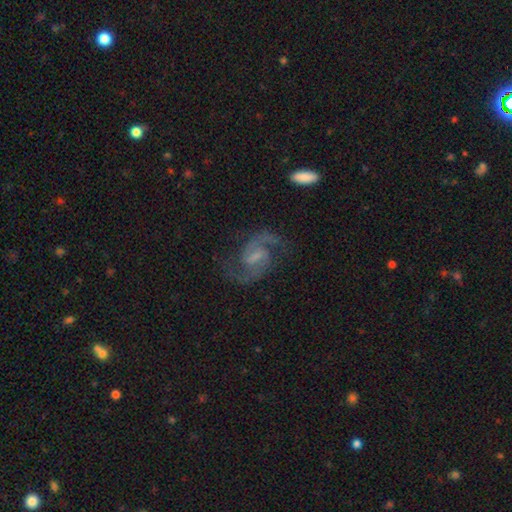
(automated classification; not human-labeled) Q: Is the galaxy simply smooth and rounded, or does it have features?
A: featured or disk — 90%.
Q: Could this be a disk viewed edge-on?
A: no — 98%.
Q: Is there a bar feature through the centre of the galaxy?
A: weak — 57%.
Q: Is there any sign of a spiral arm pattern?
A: yes — 98%.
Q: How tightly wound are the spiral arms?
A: medium — 62%.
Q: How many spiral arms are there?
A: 2 — 94%.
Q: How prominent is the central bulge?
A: small — 41%.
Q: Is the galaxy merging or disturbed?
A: none — 78%.